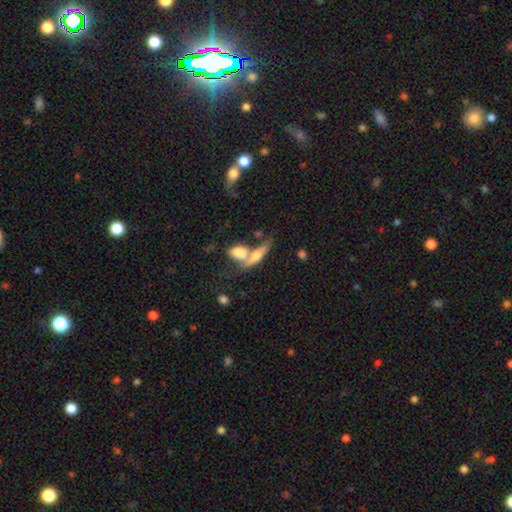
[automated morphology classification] Q: Smooth or featured?
A: smooth (54%); runner-up: featured or disk (37%)
Q: How rounded?
A: cigar-shaped (50%); runner-up: in between (44%)
Q: Merging?
A: merger (48%); runner-up: none (35%)